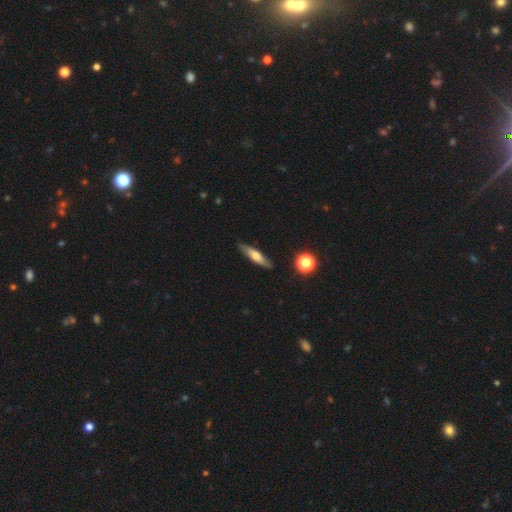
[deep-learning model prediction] Smooth or featured? smooth (52%)
How rounded? cigar-shaped (74%)
Merging? none (86%)